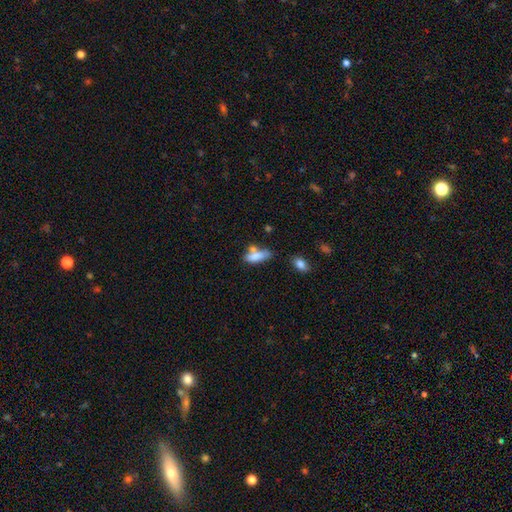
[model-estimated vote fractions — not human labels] Q: Smooth or featured?
A: smooth (77%); runner-up: featured or disk (14%)
Q: How rounded?
A: in between (63%); runner-up: cigar-shaped (34%)
Q: Merging?
A: none (43%); runner-up: merger (25%)